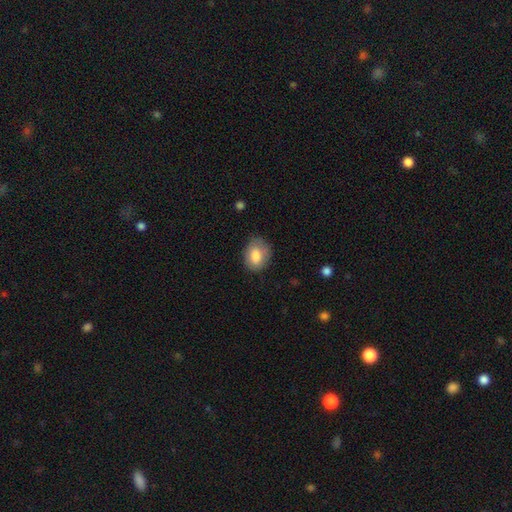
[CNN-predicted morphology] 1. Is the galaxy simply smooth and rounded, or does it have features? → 80% smooth, 12% featured or disk, 7% star or artifact.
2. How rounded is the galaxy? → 64% in between, 35% round, 1% cigar-shaped.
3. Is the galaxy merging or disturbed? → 73% none, 20% minor disturbance, 5% major disturbance, 1% merger.